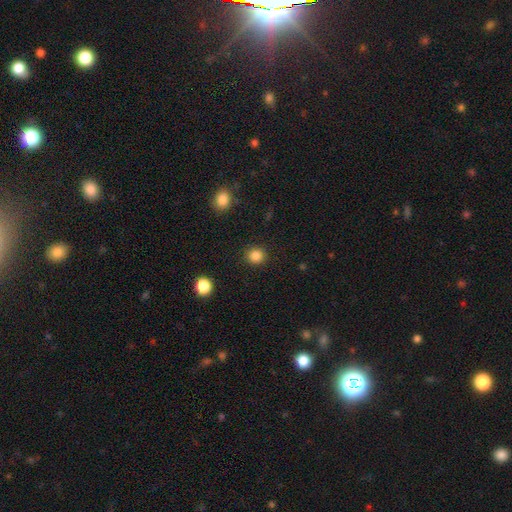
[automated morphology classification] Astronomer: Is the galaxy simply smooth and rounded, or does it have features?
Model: smooth — 85%.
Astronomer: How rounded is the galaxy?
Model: round — 91%.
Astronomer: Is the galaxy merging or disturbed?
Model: none — 91%.